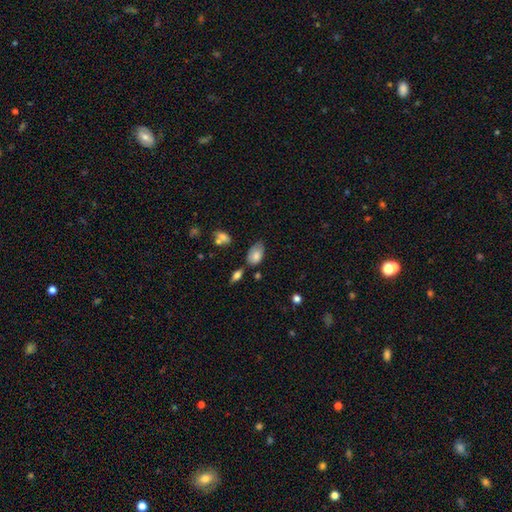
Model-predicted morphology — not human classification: Smooth or featured? smooth (79%)
How rounded? in between (91%)
Merging? none (49%)